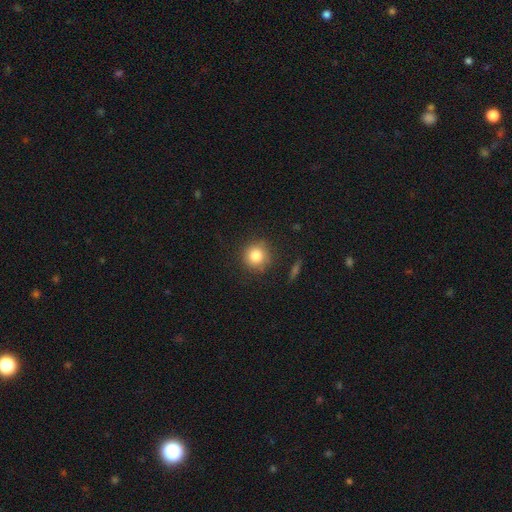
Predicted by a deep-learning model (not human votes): Smooth or featured? Predicted: smooth (p=0.82). How rounded? Predicted: round (p=0.93). Merging? Predicted: none (p=0.84).